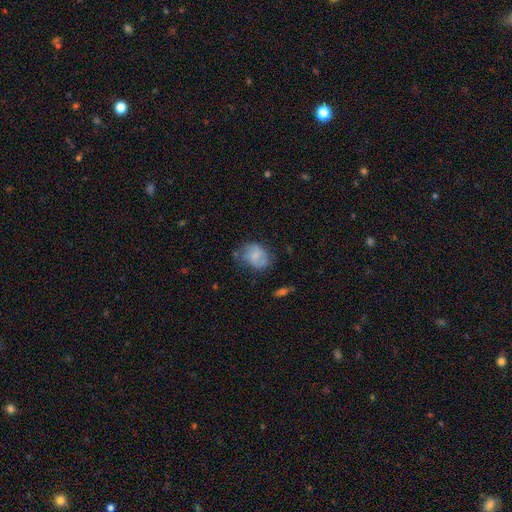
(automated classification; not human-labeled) A smooth galaxy with no disk features (63%) that is in between round and cigar-shaped (57%).

Vote fractions:
- Smooth or featured? smooth: 63% / featured or disk: 29% / star or artifact: 9%
- How rounded? in between: 57% / round: 42% / cigar-shaped: 1%
- Merging? none: 52% / minor disturbance: 30% / major disturbance: 13% / merger: 5%